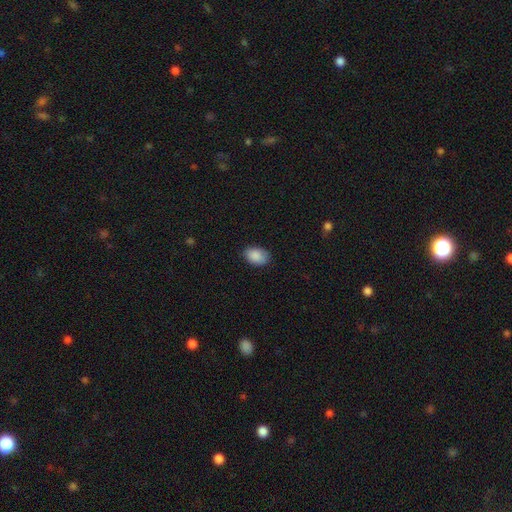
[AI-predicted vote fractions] smooth-or-featured: smooth: 89% | star or artifact: 7% | featured or disk: 4%
  how-rounded: in between: 86% | round: 13% | cigar-shaped: 1%
  merging: none: 82% | minor disturbance: 14% | major disturbance: 3% | merger: 1%